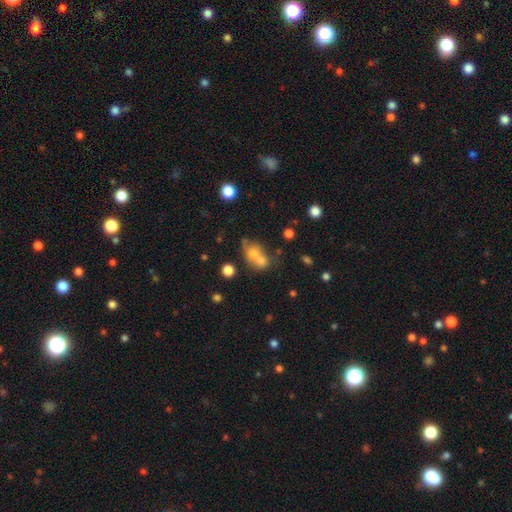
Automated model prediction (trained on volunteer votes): Q: Smooth or featured?
A: smooth (66%); runner-up: featured or disk (20%)
Q: How rounded?
A: round (50%); runner-up: in between (48%)
Q: Merging?
A: merger (63%); runner-up: none (24%)